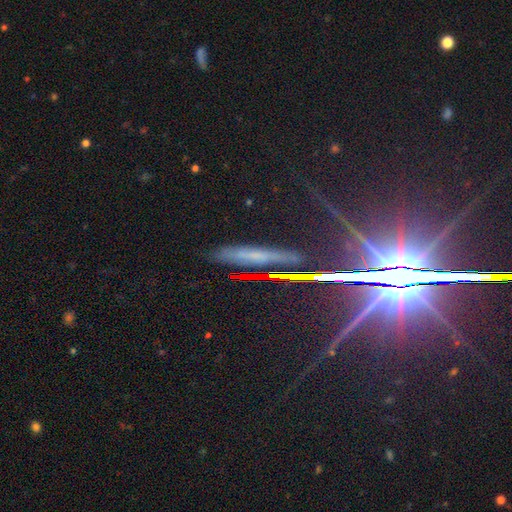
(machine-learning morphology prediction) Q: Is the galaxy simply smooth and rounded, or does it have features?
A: featured or disk — 36%, tied with star or artifact.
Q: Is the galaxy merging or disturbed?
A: none — 82%.